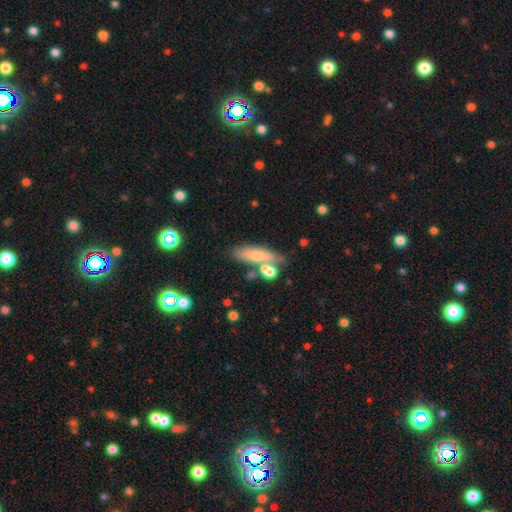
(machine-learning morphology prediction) Smooth or featured? smooth (67%)
How rounded? cigar-shaped (51%)
Merging? none (58%)